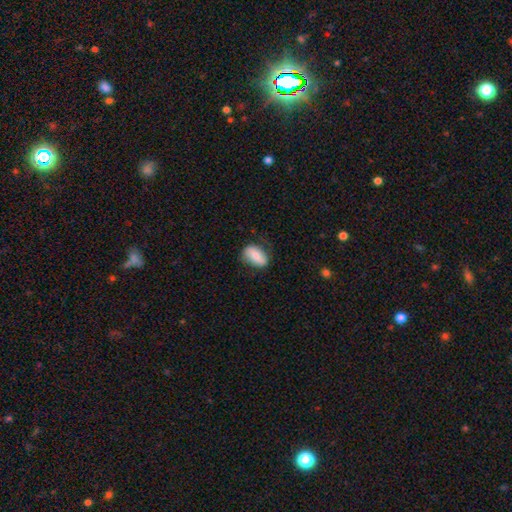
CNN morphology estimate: smooth-or-featured: smooth: 70% | featured or disk: 23% | star or artifact: 7%
  how-rounded: in between: 87% | round: 10% | cigar-shaped: 3%
  merging: none: 69% | minor disturbance: 24% | major disturbance: 6% | merger: 1%